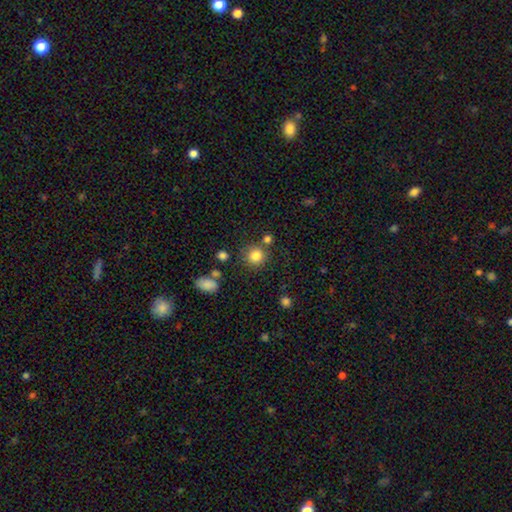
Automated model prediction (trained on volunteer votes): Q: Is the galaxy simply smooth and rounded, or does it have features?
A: smooth — 82%.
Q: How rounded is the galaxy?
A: round — 89%.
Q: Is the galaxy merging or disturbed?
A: none — 74%.